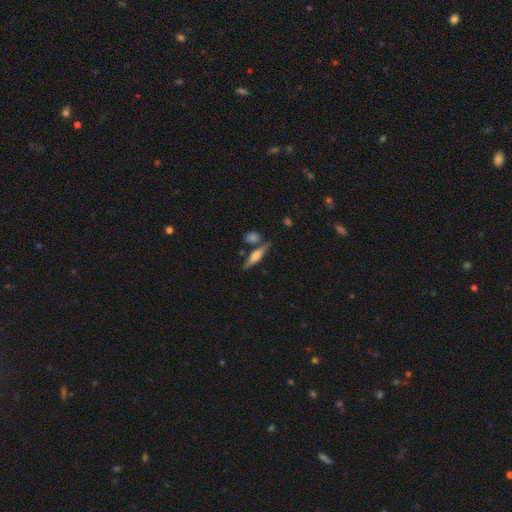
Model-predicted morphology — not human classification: Overall: featured or disk (53%; smooth 40%). Edge-on disk: yes (95%). Edge-on bulge: rounded (74%). Merging: none (74%).